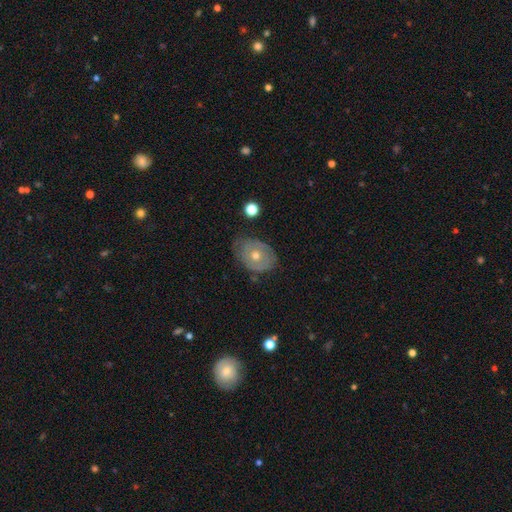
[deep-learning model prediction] Overall: featured or disk (63%; smooth 29%). Edge-on disk: no (94%). Bar: no (88%). Spiral arms: yes (51%; no 49%). Bulge size: moderate (67%; small 29%). Merging: none (69%).